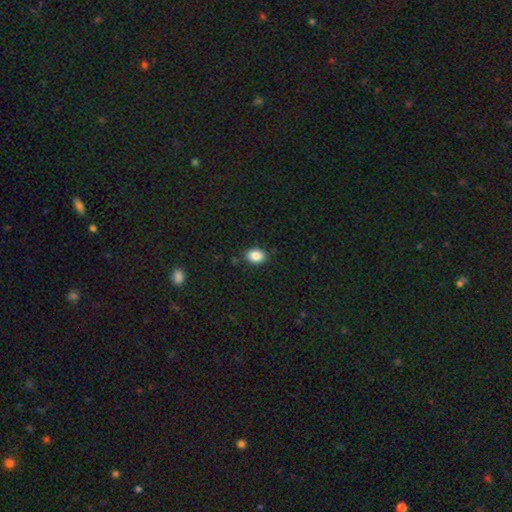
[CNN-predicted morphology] smooth 87%, star or artifact 9%, featured or disk 4%. Down the decision tree: how rounded — in between (70%); merging — none (86%).